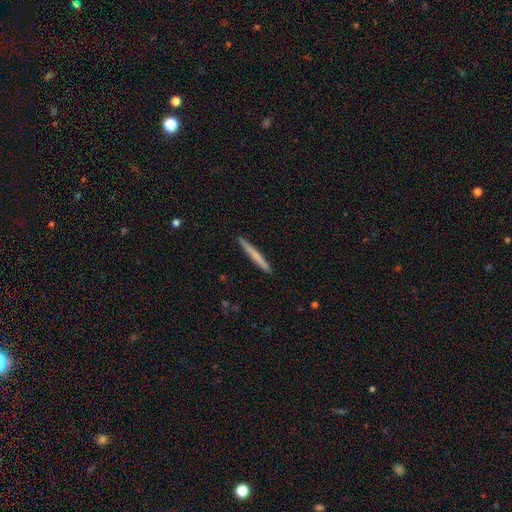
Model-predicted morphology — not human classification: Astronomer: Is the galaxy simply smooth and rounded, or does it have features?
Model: smooth — 63%.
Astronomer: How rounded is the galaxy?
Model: cigar-shaped — 97%.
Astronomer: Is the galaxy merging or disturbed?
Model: none — 92%.